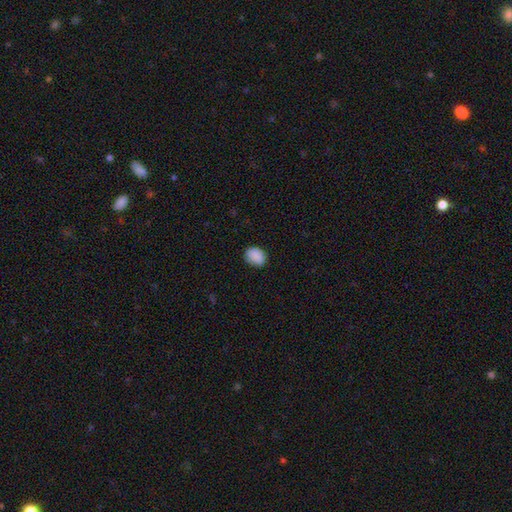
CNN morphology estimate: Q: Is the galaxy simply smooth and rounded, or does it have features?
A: smooth — 89%.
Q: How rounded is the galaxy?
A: in between — 63%.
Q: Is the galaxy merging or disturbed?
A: none — 79%.